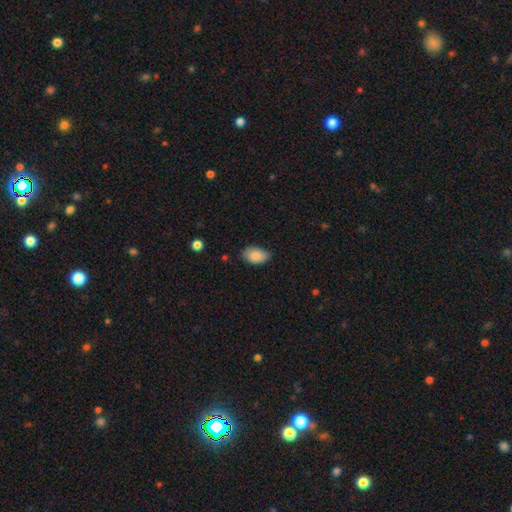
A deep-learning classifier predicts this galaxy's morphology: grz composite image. It shows a smooth galaxy with no disk features (85%) that is in between round and cigar-shaped (92%). Merging: none (72%).